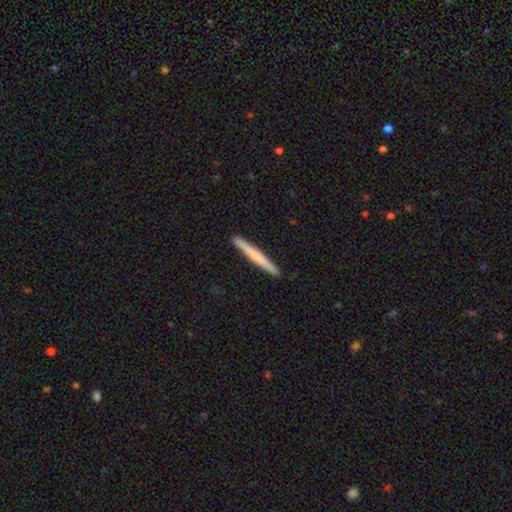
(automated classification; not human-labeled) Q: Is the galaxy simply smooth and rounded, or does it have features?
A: smooth — 56%.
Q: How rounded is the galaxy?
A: cigar-shaped — 97%.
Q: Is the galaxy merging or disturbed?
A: none — 92%.